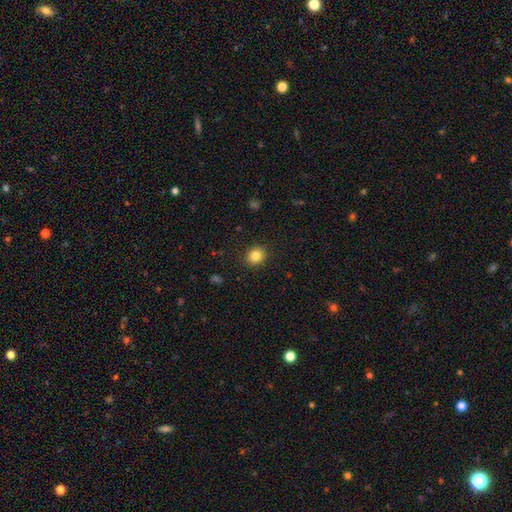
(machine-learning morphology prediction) A smooth galaxy with no disk features (83%) that is round (77%).

Vote fractions:
- Smooth or featured? smooth: 83% / star or artifact: 11% / featured or disk: 6%
- How rounded? round: 77% / in between: 22% / cigar-shaped: 1%
- Merging? none: 90% / minor disturbance: 7% / major disturbance: 2% / merger: 1%